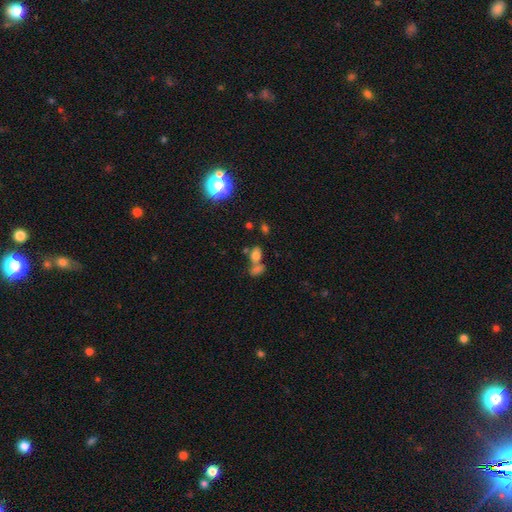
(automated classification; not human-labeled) This appears to be a smooth galaxy with no disk features (70%) that is in between round and cigar-shaped (81%). Merging: merger (49%).